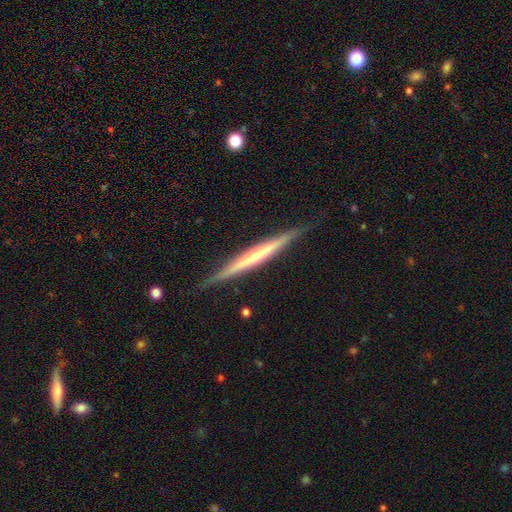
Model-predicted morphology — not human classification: Overall: featured or disk (67%; smooth 28%). Edge-on disk: yes (98%). Edge-on bulge: none (63%; rounded 30%). Merging: none (89%).